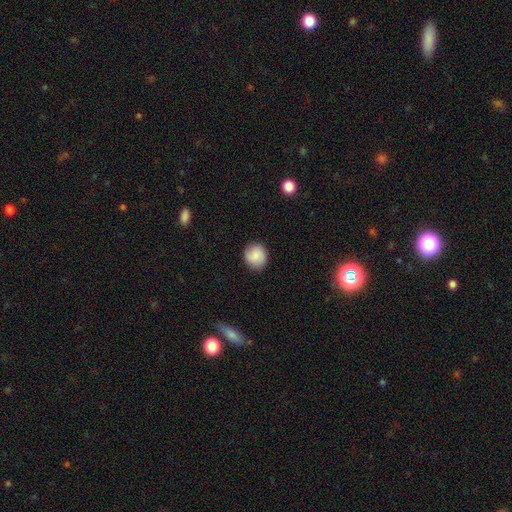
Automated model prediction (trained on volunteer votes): Smooth or featured: smooth — 81% (featured or disk — 11%)
How rounded: round — 86% (in between — 13%)
Merging: none — 85% (minor disturbance — 11%)